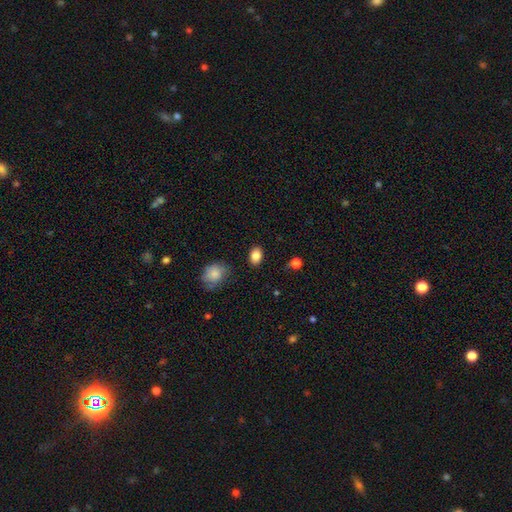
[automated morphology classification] smooth_or_featured: smooth (p=0.86) [alt: star or artifact p=0.09]
how_rounded: in between (p=0.74) [alt: round p=0.24]
merging: none (p=0.86) [alt: minor disturbance p=0.10]